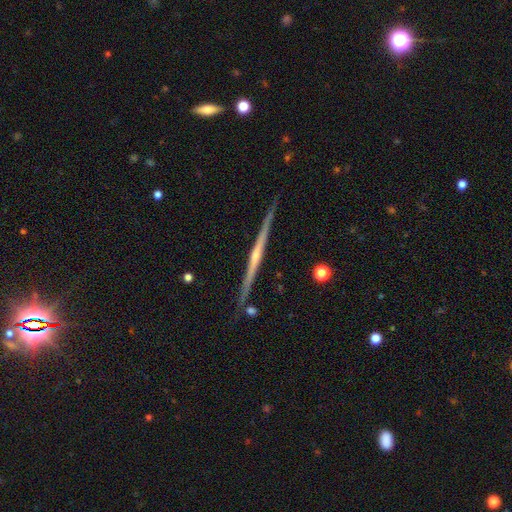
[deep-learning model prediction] Morphology: type=featured or disk (81%); edge-on=yes (98%); edge-on bulge=rounded (59%); merging=none (87%).